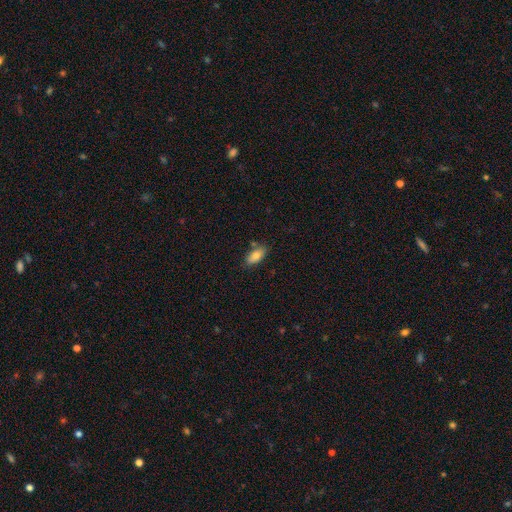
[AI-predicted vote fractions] A smooth galaxy with no disk features (81%) that is in between round and cigar-shaped (88%).

Vote fractions:
- Smooth or featured? smooth: 81% / featured or disk: 12% / star or artifact: 7%
- How rounded? in between: 88% / cigar-shaped: 9% / round: 3%
- Merging? none: 76% / minor disturbance: 14% / merger: 7% / major disturbance: 3%